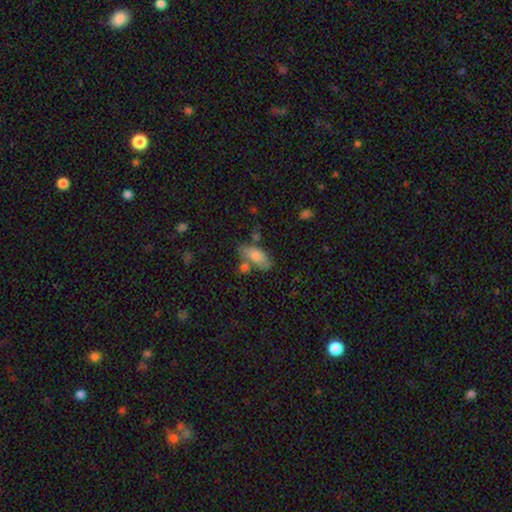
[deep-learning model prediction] This is likely a smooth galaxy (76%). How rounded: clearly in between (84%). Merging: likely none (61%).